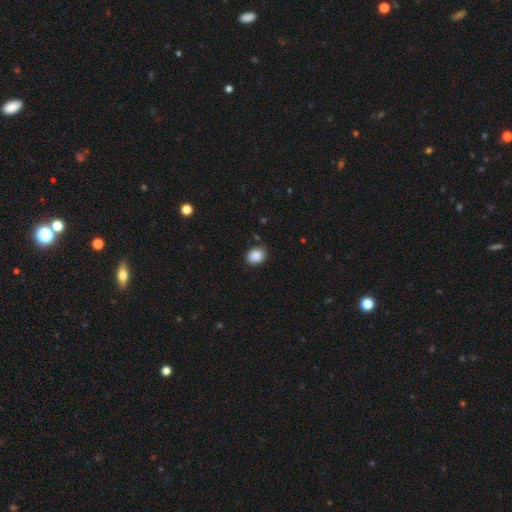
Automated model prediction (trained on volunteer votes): Q: Smooth or featured?
A: smooth (89%); runner-up: star or artifact (8%)
Q: How rounded?
A: in between (53%); runner-up: round (47%)
Q: Merging?
A: none (84%); runner-up: minor disturbance (12%)